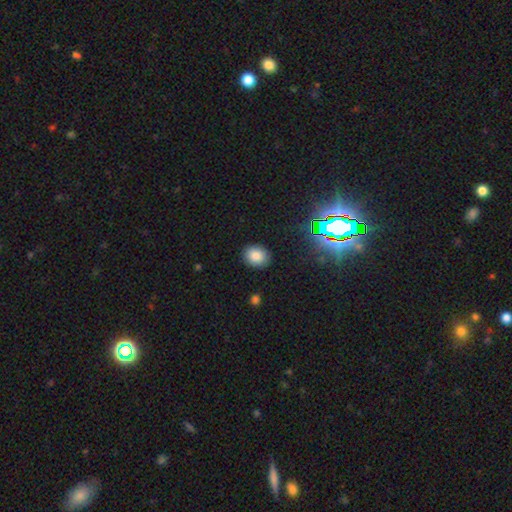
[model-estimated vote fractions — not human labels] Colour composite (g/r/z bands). It shows a smooth galaxy with no disk features (83%) that is round (56%). Merging: none (89%).